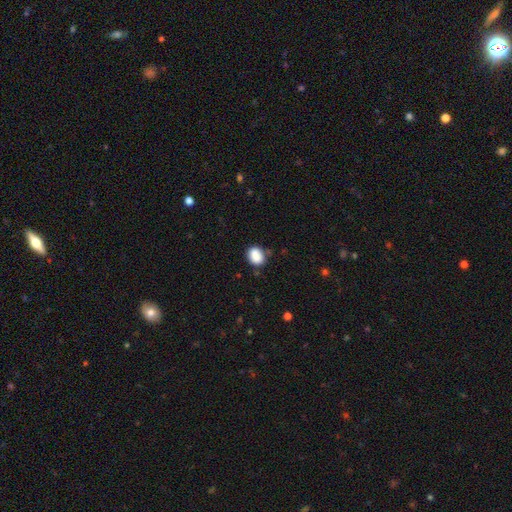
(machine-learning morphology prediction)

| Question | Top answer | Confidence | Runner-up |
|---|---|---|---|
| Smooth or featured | smooth | 88% | star or artifact (8%) |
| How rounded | in between | 61% | round (38%) |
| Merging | none | 77% | minor disturbance (16%) |